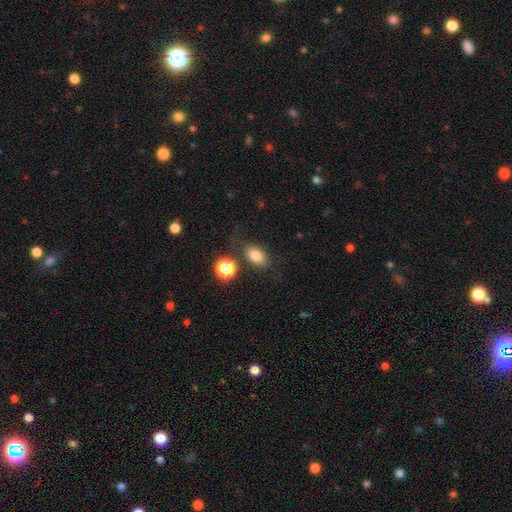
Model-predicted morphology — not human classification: Smooth or featured? Predicted: smooth (p=0.79). How rounded? Predicted: in between (p=0.79). Merging? Predicted: none (p=0.73).